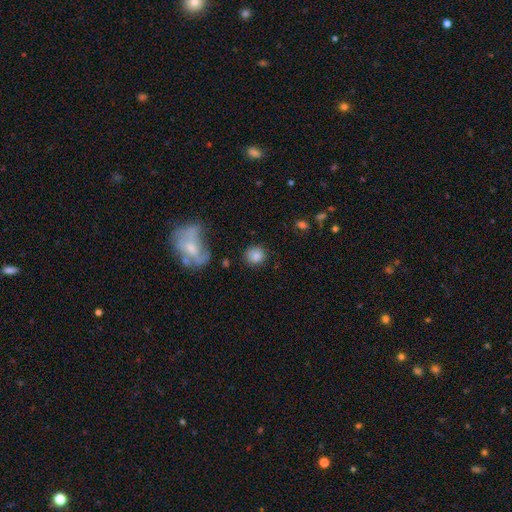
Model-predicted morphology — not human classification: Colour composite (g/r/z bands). It shows a smooth galaxy with no disk features (79%) that is round (86%). Merging: none (81%).